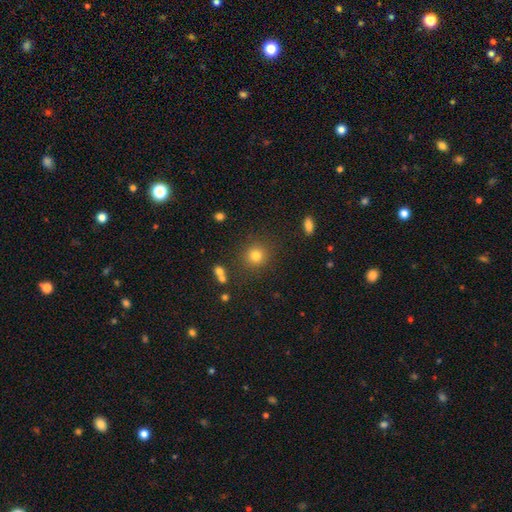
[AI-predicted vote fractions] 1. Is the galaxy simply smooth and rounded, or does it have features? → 80% smooth, 13% star or artifact, 7% featured or disk.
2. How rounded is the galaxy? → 90% round, 9% in between, 1% cigar-shaped.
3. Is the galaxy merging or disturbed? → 86% none, 8% minor disturbance, 3% merger, 3% major disturbance.